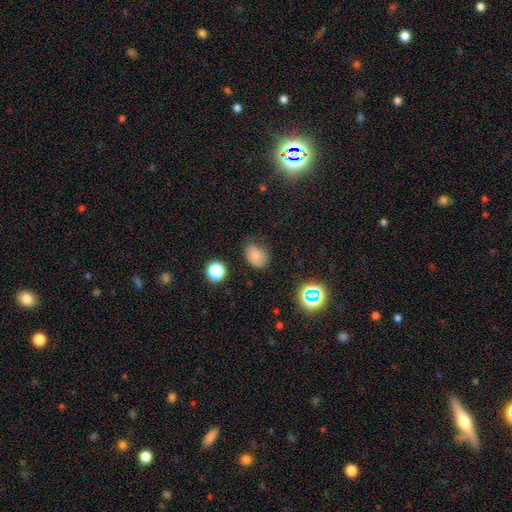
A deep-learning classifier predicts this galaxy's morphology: This appears to be a smooth galaxy with no disk features (76%) that is in between round and cigar-shaped (67%). Merging: none (66%).